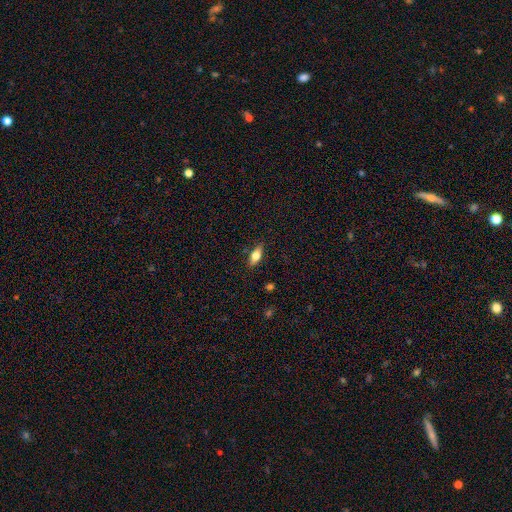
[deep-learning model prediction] A smooth galaxy with no disk features (67%) that is in between round and cigar-shaped (78%).

Vote fractions:
- Smooth or featured? smooth: 67% / featured or disk: 26% / star or artifact: 8%
- How rounded? in between: 78% / cigar-shaped: 18% / round: 4%
- Merging? none: 85% / minor disturbance: 11% / major disturbance: 2% / merger: 1%